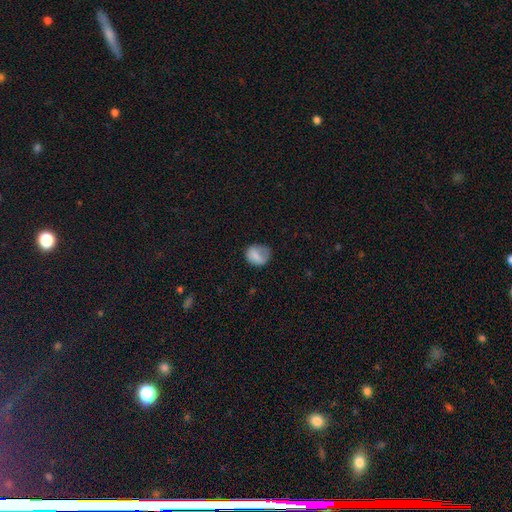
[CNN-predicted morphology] Overall: smooth (77%). How rounded: round (60%; in between 39%). Merging: none (52%; minor disturbance 29%).